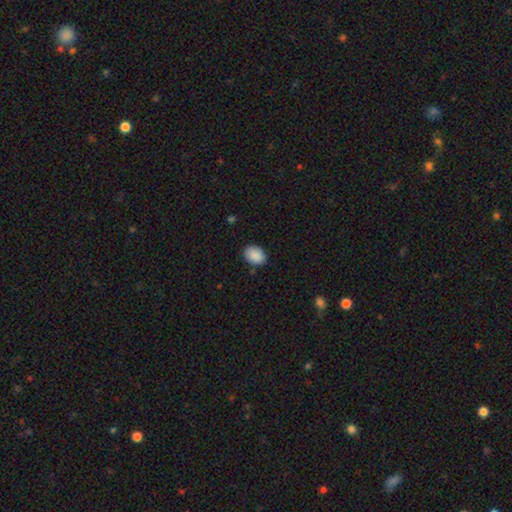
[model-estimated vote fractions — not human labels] A smooth galaxy with no disk features (90%) that is in between round and cigar-shaped (74%).

Vote fractions:
- Smooth or featured? smooth: 90% / star or artifact: 7% / featured or disk: 3%
- How rounded? in between: 74% / round: 25% / cigar-shaped: 1%
- Merging? none: 84% / minor disturbance: 12% / major disturbance: 2% / merger: 1%